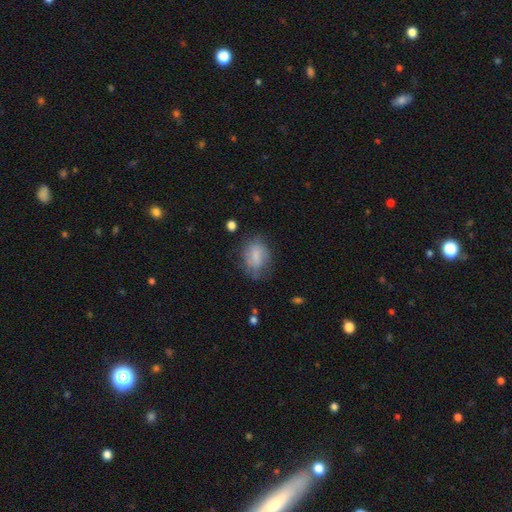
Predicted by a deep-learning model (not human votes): smooth_or_featured: smooth (p=0.75) [alt: featured or disk p=0.16]
how_rounded: in between (p=0.74) [alt: round p=0.24]
merging: none (p=0.60) [alt: minor disturbance p=0.27]